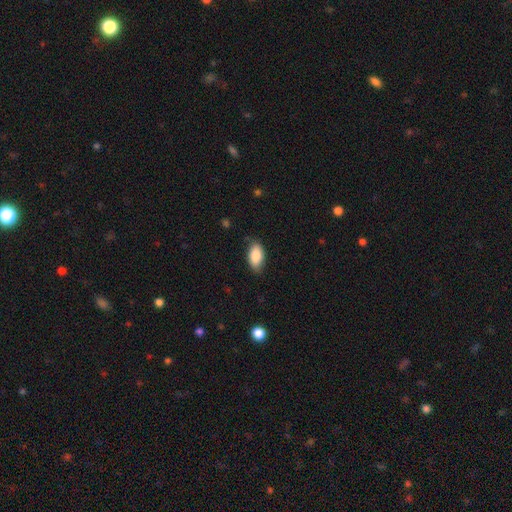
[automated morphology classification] Smooth or featured? Predicted: smooth (p=0.86). How rounded? Predicted: in between (p=0.92). Merging? Predicted: none (p=0.77).